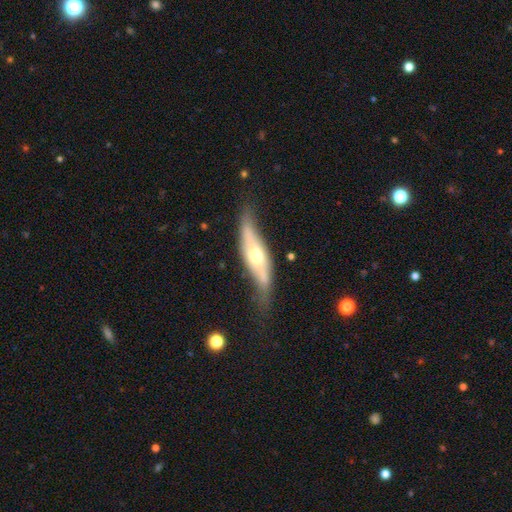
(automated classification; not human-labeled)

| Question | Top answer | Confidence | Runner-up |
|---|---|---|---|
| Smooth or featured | featured or disk | 57% | smooth (38%) |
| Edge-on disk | yes | 57% | no (43%) |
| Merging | none | 56% | minor disturbance (29%) |